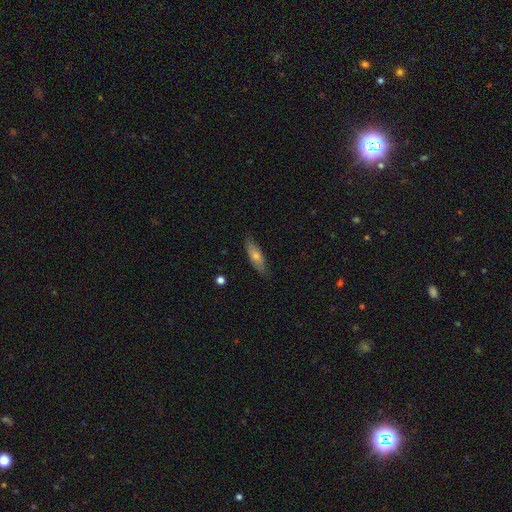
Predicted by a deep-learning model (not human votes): A smooth galaxy with no disk features (58%) that is cigar-shaped (53%).

Vote fractions:
- Smooth or featured? smooth: 58% / featured or disk: 35% / star or artifact: 7%
- How rounded? cigar-shaped: 53% / in between: 45% / round: 2%
- Merging? none: 83% / minor disturbance: 14% / major disturbance: 2% / merger: 1%